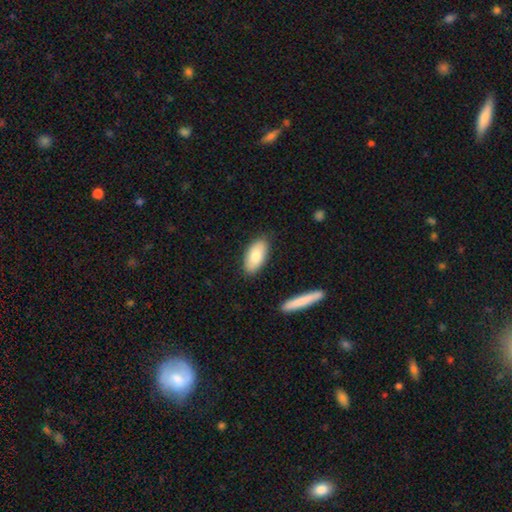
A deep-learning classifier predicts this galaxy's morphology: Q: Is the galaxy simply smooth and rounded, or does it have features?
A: smooth — 81%.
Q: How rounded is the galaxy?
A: in between — 91%.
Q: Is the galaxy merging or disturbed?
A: none — 84%.